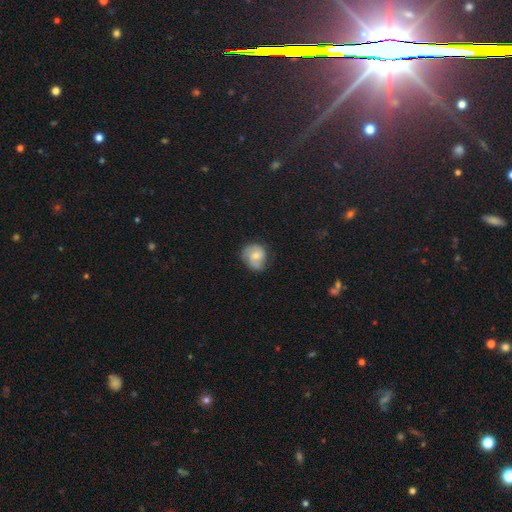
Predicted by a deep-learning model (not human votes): Smooth or featured? Predicted: smooth (p=0.54). How rounded? Predicted: round (p=0.73). Merging? Predicted: none (p=0.62).